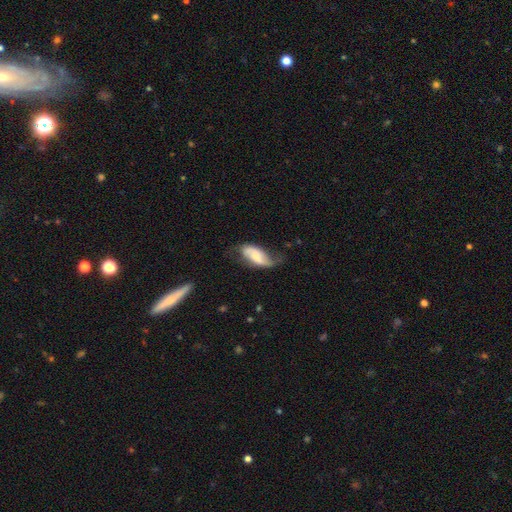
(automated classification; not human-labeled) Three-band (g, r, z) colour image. It shows a featured or disk galaxy (52%). Merging: none (44%).